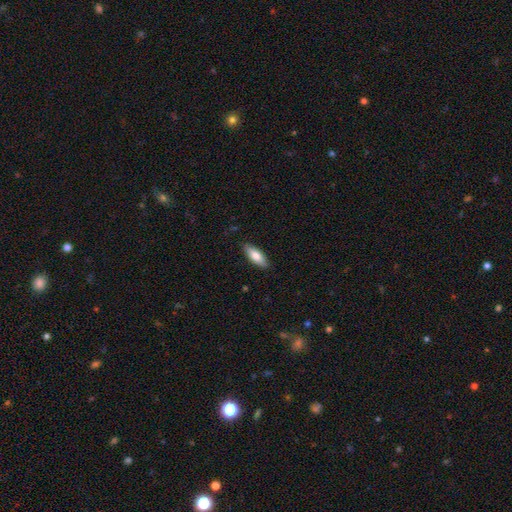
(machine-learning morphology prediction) Overall: smooth (77%). How rounded: in between (70%). Merging: none (87%).